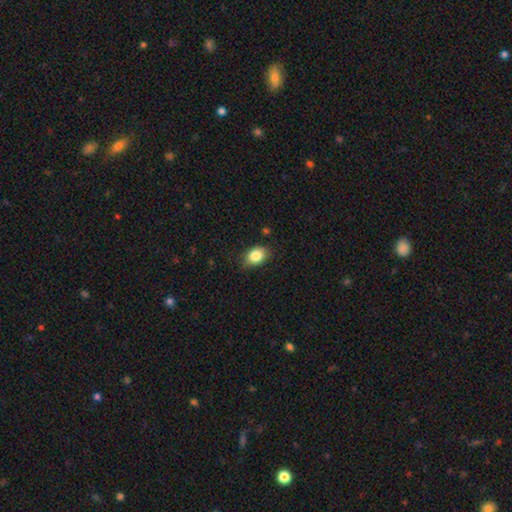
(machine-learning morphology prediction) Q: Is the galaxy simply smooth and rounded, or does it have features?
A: smooth — 85%.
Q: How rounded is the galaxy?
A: in between — 75%.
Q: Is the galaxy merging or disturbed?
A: none — 78%.